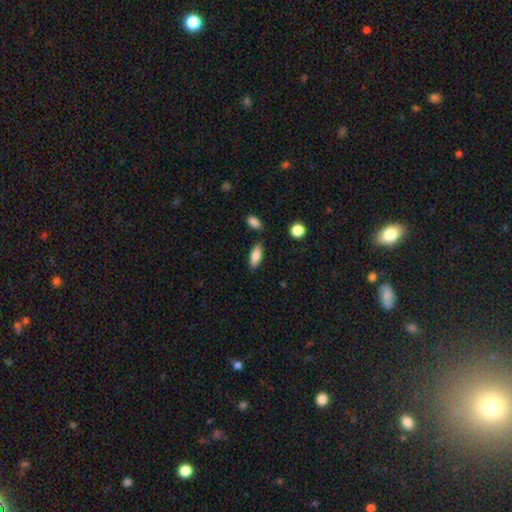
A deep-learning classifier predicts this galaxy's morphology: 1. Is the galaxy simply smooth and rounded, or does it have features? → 85% smooth, 8% featured or disk, 7% star or artifact.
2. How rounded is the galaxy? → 74% in between, 24% cigar-shaped, 2% round.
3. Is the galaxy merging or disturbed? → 81% none, 12% minor disturbance, 5% merger, 3% major disturbance.